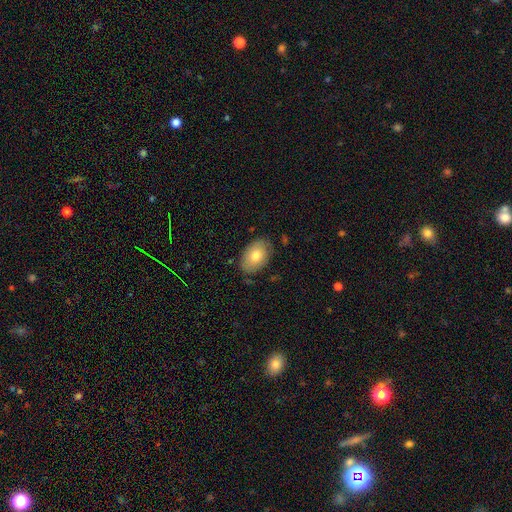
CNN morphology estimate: Smooth or featured? smooth (75%)
How rounded? in between (89%)
Merging? none (81%)